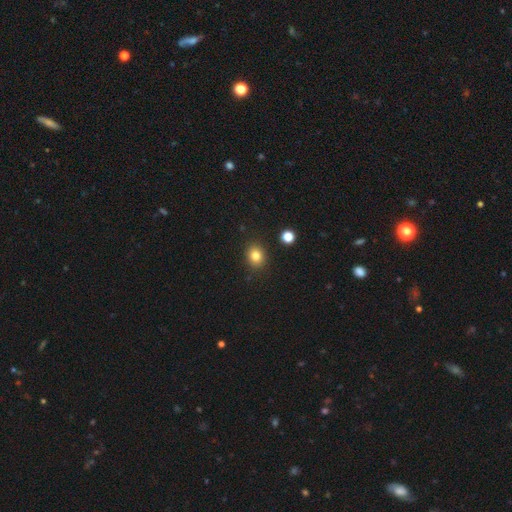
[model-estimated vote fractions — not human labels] Smooth or featured?
  - smooth: 81% *
  - star or artifact: 12%
  - featured or disk: 7%
How rounded?
  - round: 66% *
  - in between: 33%
  - cigar-shaped: 1%
Merging?
  - none: 89% *
  - minor disturbance: 7%
  - merger: 2%
  - major disturbance: 2%